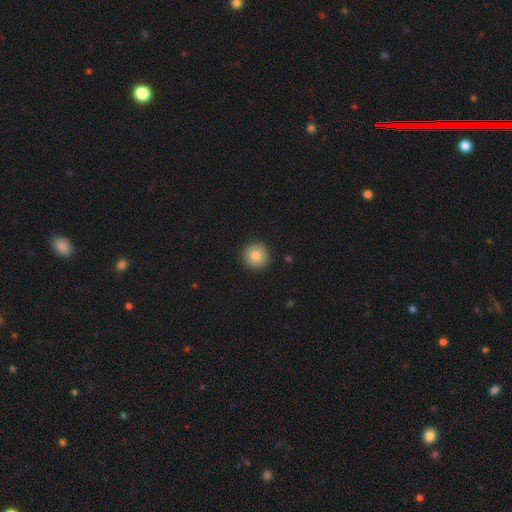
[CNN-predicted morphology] Smooth or featured?
  - smooth: 84% *
  - star or artifact: 9%
  - featured or disk: 7%
How rounded?
  - round: 96% *
  - in between: 4%
  - cigar-shaped: 1%
Merging?
  - none: 92% *
  - minor disturbance: 5%
  - major disturbance: 2%
  - merger: 1%